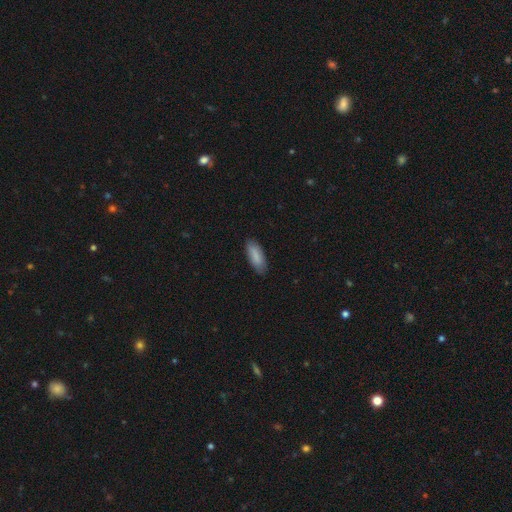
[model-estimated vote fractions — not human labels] A smooth galaxy with no disk features (87%) that is in between round and cigar-shaped (73%).

Vote fractions:
- Smooth or featured? smooth: 87% / featured or disk: 7% / star or artifact: 6%
- How rounded? in between: 73% / cigar-shaped: 26% / round: 2%
- Merging? none: 84% / minor disturbance: 12% / major disturbance: 2% / merger: 1%